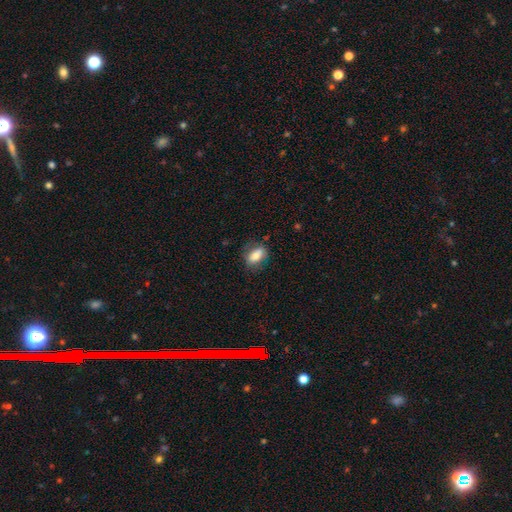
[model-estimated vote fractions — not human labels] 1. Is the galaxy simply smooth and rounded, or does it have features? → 76% smooth, 16% featured or disk, 8% star or artifact.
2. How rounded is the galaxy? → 85% in between, 10% round, 5% cigar-shaped.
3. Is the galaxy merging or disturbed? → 69% none, 22% minor disturbance, 7% major disturbance, 2% merger.